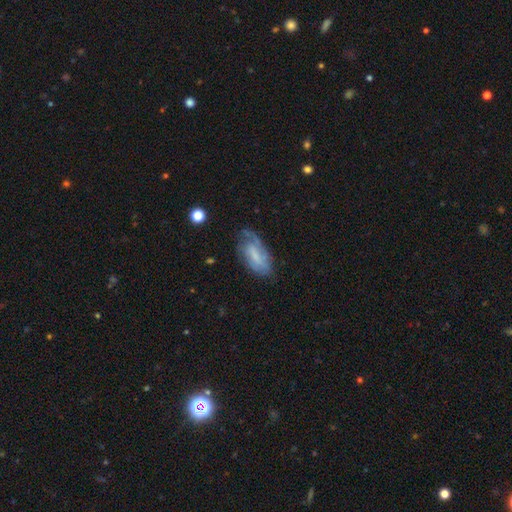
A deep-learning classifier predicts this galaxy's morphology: type=featured or disk (55%); edge-on=no (92%); bar=weak (44%); spiral arms=yes (78%); bulge=none (40%); merging=none (54%).